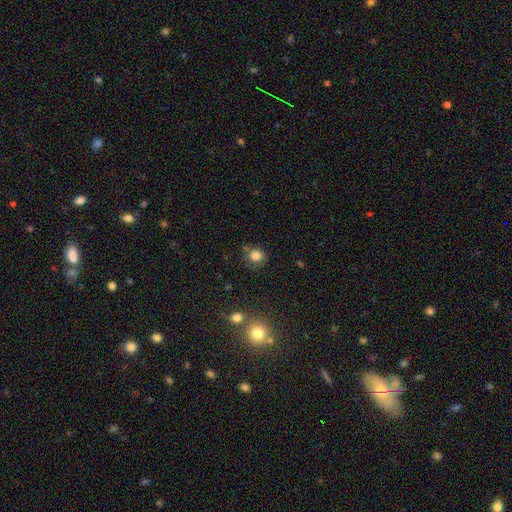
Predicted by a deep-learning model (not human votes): This is clearly a smooth galaxy (81%). How rounded: likely round (76%). Merging: likely none (73%).